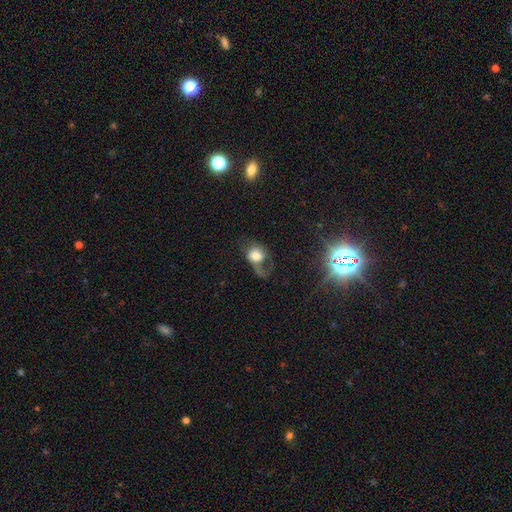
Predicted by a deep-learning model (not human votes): The model was most divided on "how rounded": in between: 55%, round: 44%, cigar-shaped: 1%. More confident: smooth or featured — smooth (55%); merging — major disturbance (52%).